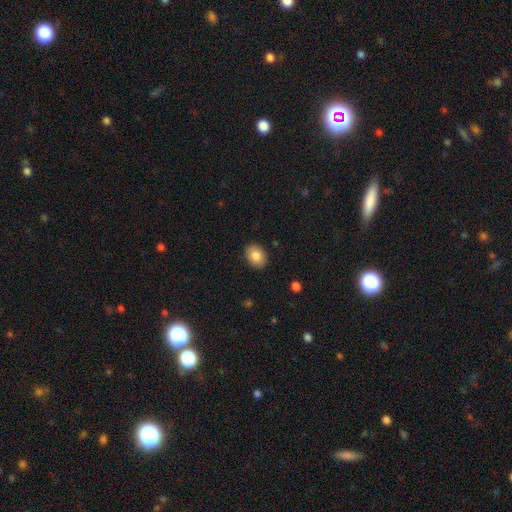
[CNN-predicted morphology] type=smooth (85%); roundness=in between (65%); merging=none (89%).